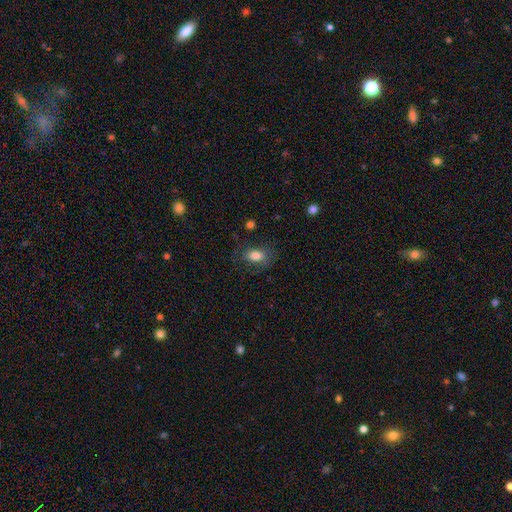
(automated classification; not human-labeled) smooth_or_featured: smooth (p=0.80) [alt: featured or disk p=0.11]
how_rounded: in between (p=0.86) [alt: round p=0.10]
merging: none (p=0.71) [alt: minor disturbance p=0.19]